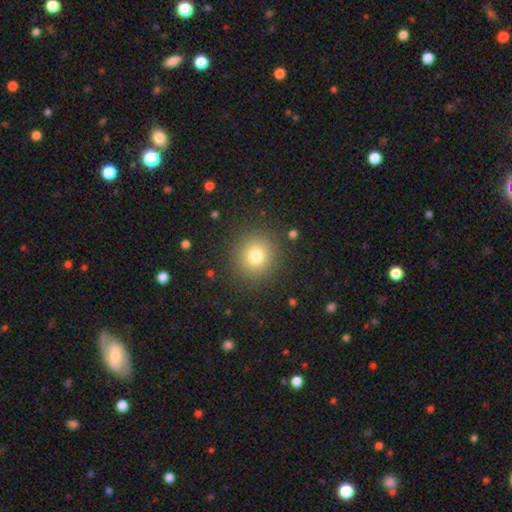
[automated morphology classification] smooth_or_featured: smooth (p=0.77) [alt: star or artifact p=0.14]
how_rounded: round (p=0.91) [alt: in between p=0.08]
merging: none (p=0.89) [alt: minor disturbance p=0.07]